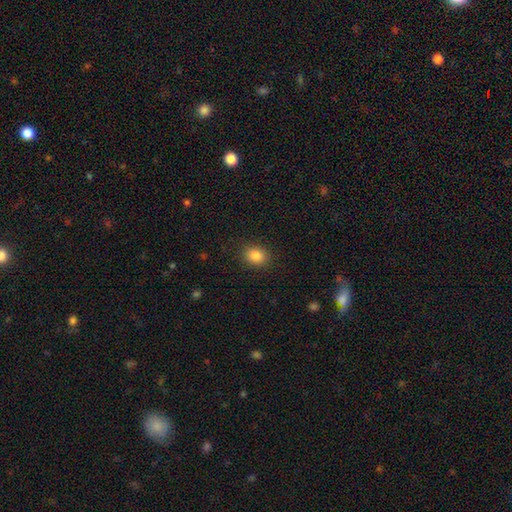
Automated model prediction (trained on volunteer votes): Overall: smooth (85%). How rounded: round (50%; in between 49%). Merging: none (89%).